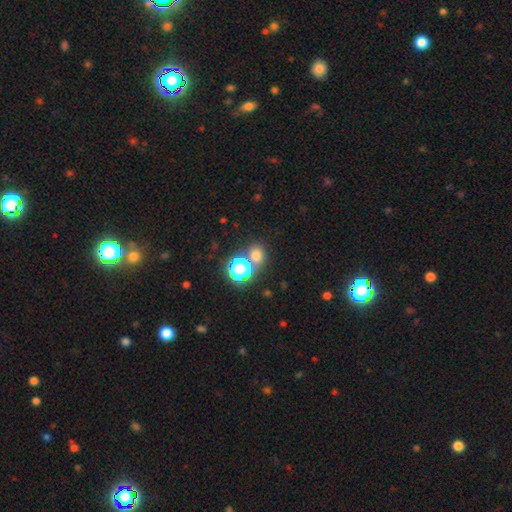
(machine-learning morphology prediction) Smooth or featured?
  - smooth: 65% *
  - star or artifact: 28%
  - featured or disk: 7%
How rounded?
  - round: 80% *
  - in between: 19%
  - cigar-shaped: 1%
Merging?
  - none: 64% *
  - merger: 26%
  - minor disturbance: 7%
  - major disturbance: 3%